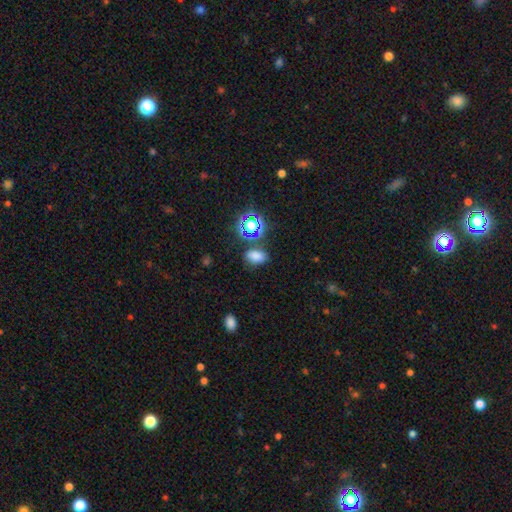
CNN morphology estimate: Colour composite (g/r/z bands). It shows a smooth galaxy with no disk features (71%) that is in between round and cigar-shaped (82%). Merging: none (73%).